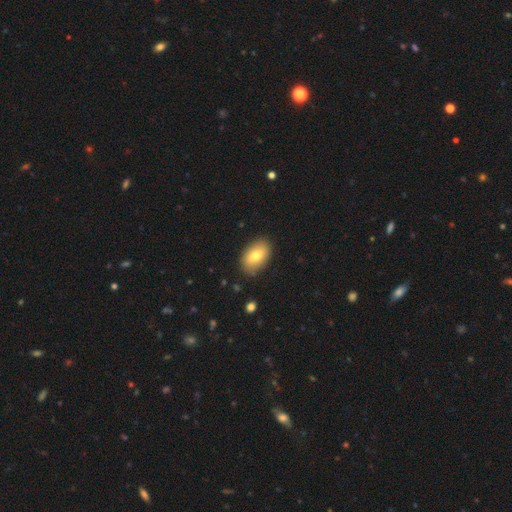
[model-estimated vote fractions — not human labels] A smooth galaxy with no disk features (75%) that is in between round and cigar-shaped (89%).

Vote fractions:
- Smooth or featured? smooth: 75% / featured or disk: 17% / star or artifact: 7%
- How rounded? in between: 89% / round: 10% / cigar-shaped: 1%
- Merging? none: 85% / minor disturbance: 11% / major disturbance: 3% / merger: 1%